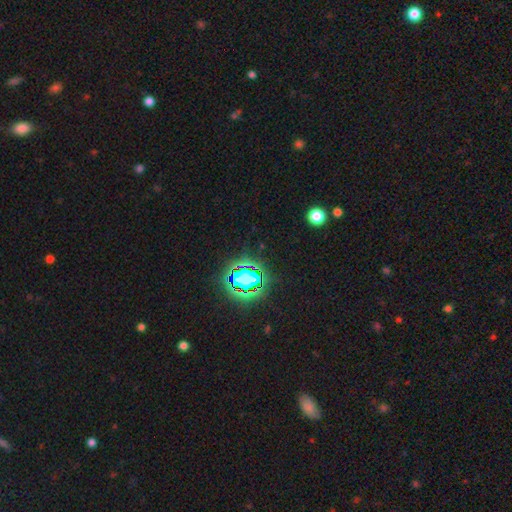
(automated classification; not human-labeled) Smooth or featured? star or artifact (79%)